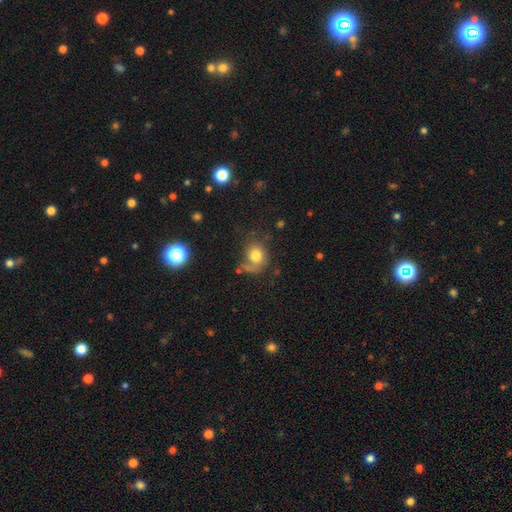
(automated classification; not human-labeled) smooth_or_featured: smooth (p=0.73) [alt: featured or disk p=0.16]
how_rounded: round (p=0.66) [alt: in between p=0.33]
merging: none (p=0.52) [alt: minor disturbance p=0.22]